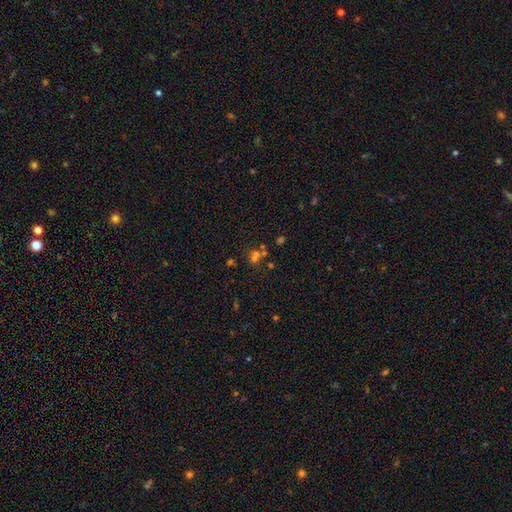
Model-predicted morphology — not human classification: A star or artifact, not a galaxy (47%).